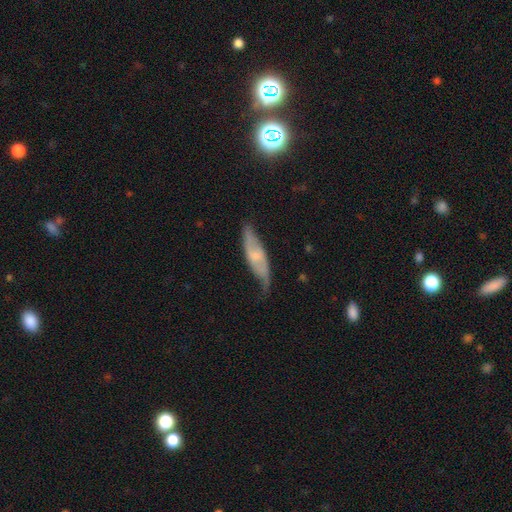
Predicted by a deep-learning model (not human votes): This is possibly a featured or disk galaxy (59%). It is likely not viewed edge-on (69%). Merging: possibly none (58%).